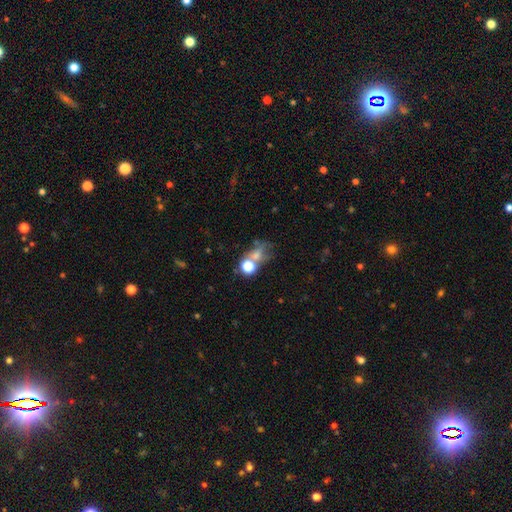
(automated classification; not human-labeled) Overall: smooth (51%; star or artifact 28%). How rounded: round (55%; in between 42%). Merging: merger (36%, tied with none).